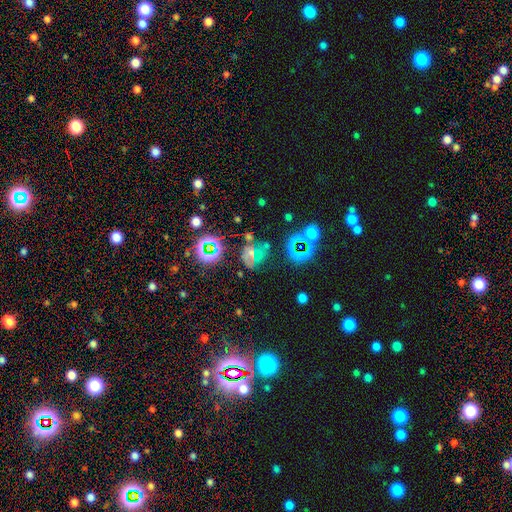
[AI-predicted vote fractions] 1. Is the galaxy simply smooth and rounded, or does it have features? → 71% star or artifact, 15% smooth, 14% featured or disk.